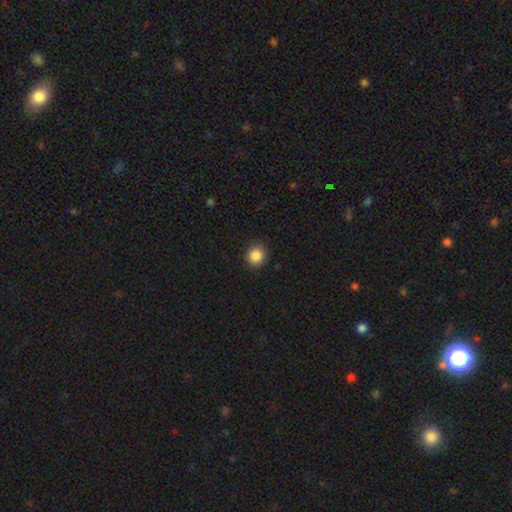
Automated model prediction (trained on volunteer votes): A smooth galaxy with no disk features (87%) that is round (83%). Merging: none (90%).